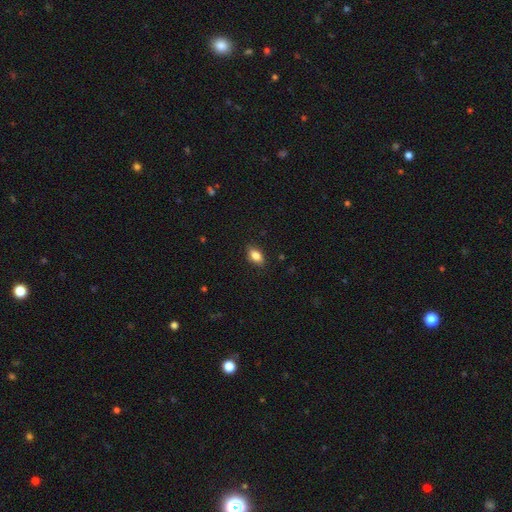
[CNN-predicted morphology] The model was most divided on "smooth or featured": smooth: 83%, featured or disk: 8%, star or artifact: 8%. More confident: merging — none (86%); how rounded — in between (86%).